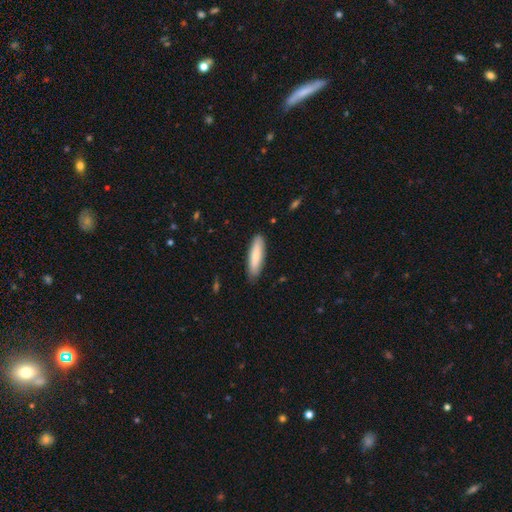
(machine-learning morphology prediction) smooth 80%, featured or disk 14%, star or artifact 5%. Down the decision tree: how rounded — cigar-shaped (71%); merging — none (86%).